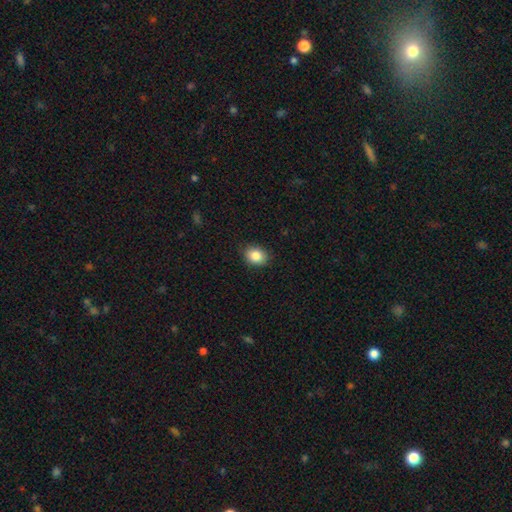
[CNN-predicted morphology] Smooth or featured? smooth (86%)
How rounded? in between (60%)
Merging? none (86%)